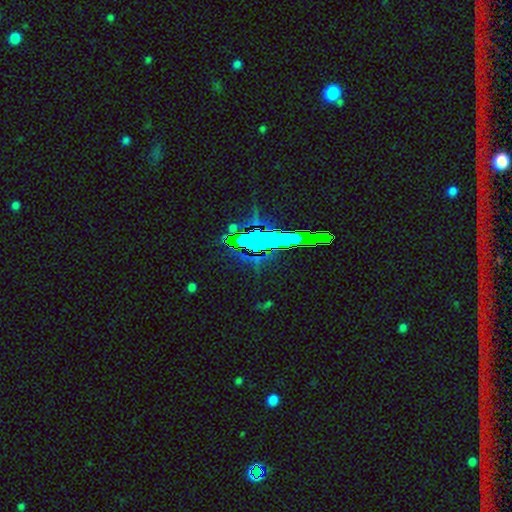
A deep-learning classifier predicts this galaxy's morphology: This appears to be a star or artifact, not a galaxy (71%).